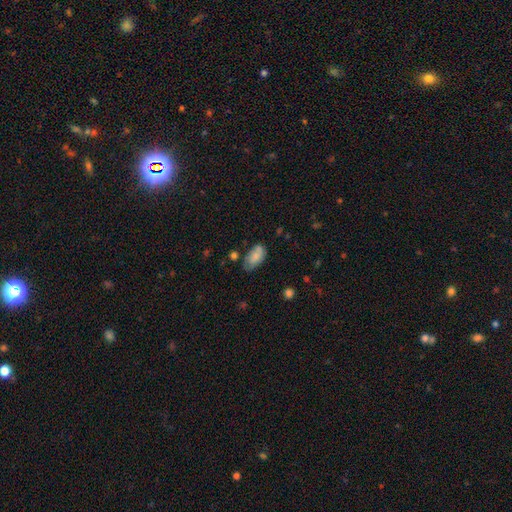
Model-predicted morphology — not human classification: type=smooth (77%); roundness=in between (92%); merging=none (57%).